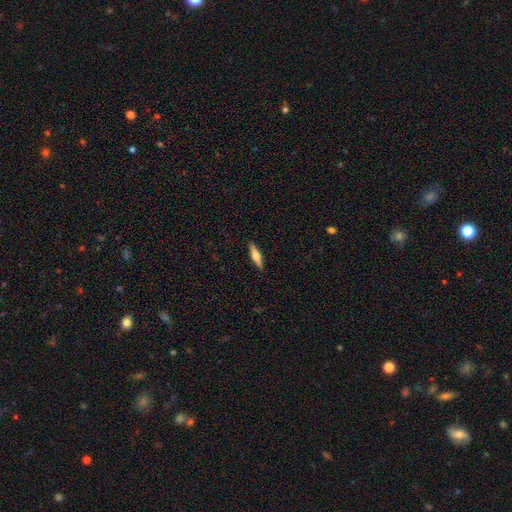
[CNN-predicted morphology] smooth 48%, featured or disk 46%, star or artifact 6%. Down the decision tree: merging — none (90%).